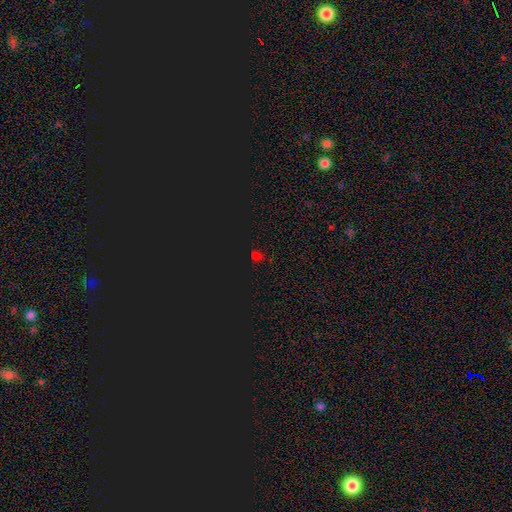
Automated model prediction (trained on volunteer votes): This appears to be a star or artifact, not a galaxy (60%).